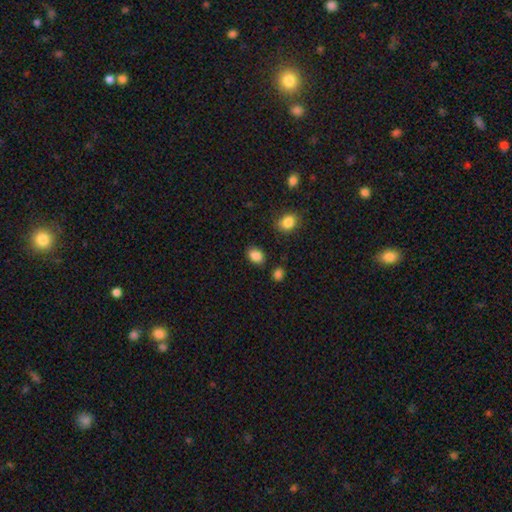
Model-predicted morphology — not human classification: Smooth or featured: smooth — 87% (star or artifact — 10%)
How rounded: in between — 67% (round — 32%)
Merging: none — 83% (minor disturbance — 11%)